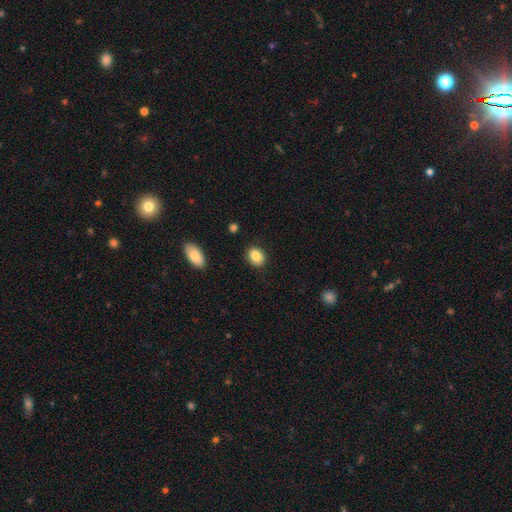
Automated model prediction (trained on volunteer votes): Smooth or featured? smooth (85%)
How rounded? in between (60%)
Merging? none (86%)